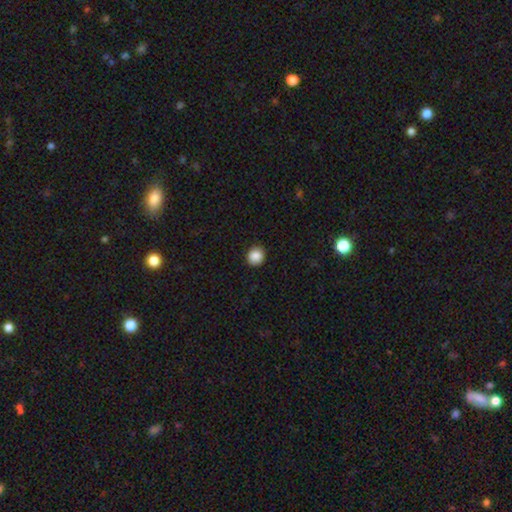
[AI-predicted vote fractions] smooth-or-featured: smooth: 88% | star or artifact: 9% | featured or disk: 4%
  how-rounded: round: 83% | in between: 16% | cigar-shaped: 1%
  merging: none: 90% | minor disturbance: 7% | major disturbance: 2% | merger: 1%